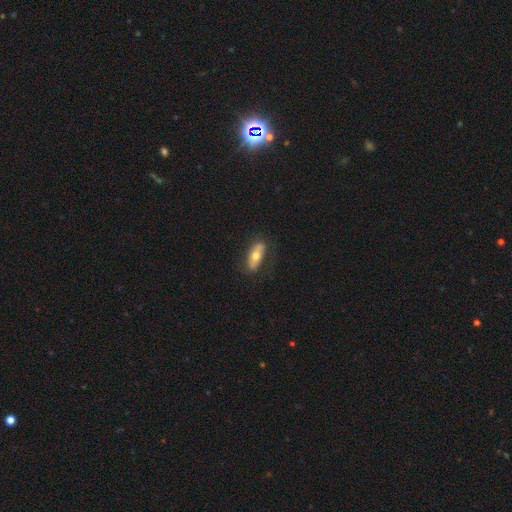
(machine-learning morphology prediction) Smooth or featured?
  - smooth: 52% *
  - featured or disk: 41%
  - star or artifact: 6%
How rounded?
  - in between: 67% *
  - cigar-shaped: 29%
  - round: 4%
Merging?
  - none: 76% *
  - minor disturbance: 17%
  - major disturbance: 6%
  - merger: 2%